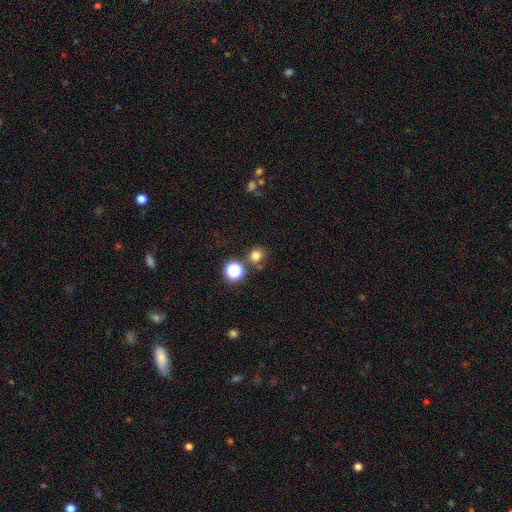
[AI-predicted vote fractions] The model was most divided on "smooth or featured": smooth: 75%, star or artifact: 19%, featured or disk: 6%. More confident: how rounded — round (88%); merging — none (77%).